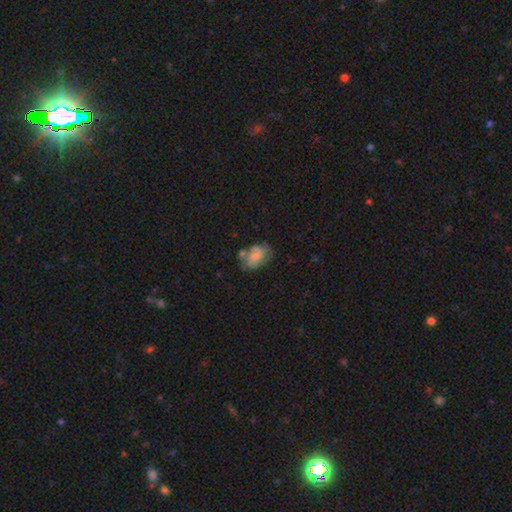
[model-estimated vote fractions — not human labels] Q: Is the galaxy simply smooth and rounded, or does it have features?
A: smooth — 46%.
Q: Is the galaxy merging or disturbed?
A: none — 49%.